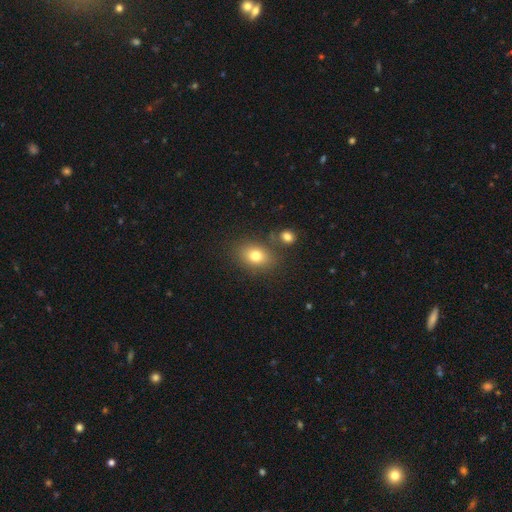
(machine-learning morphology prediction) smooth-or-featured: smooth: 78% | star or artifact: 11% | featured or disk: 11%
  how-rounded: in between: 68% | round: 31% | cigar-shaped: 1%
  merging: none: 76% | minor disturbance: 12% | merger: 8% | major disturbance: 4%